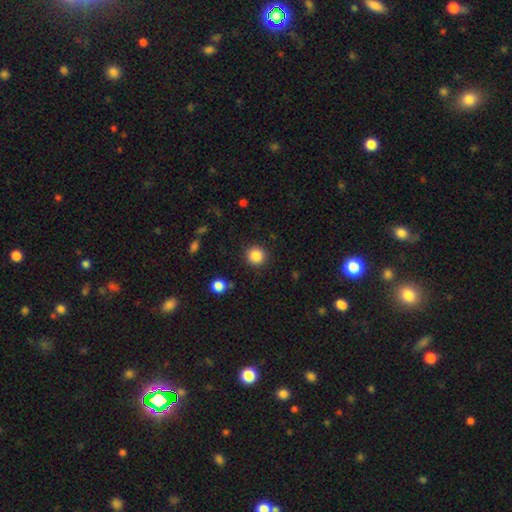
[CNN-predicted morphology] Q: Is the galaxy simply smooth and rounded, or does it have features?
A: smooth — 86%.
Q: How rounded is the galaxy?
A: round — 94%.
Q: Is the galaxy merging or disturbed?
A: none — 90%.